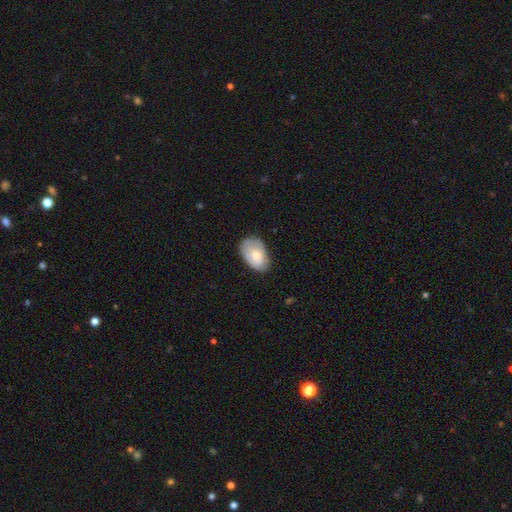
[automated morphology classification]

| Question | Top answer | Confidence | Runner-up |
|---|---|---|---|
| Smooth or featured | smooth | 70% | featured or disk (24%) |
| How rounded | in between | 90% | round (9%) |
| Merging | none | 67% | minor disturbance (26%) |